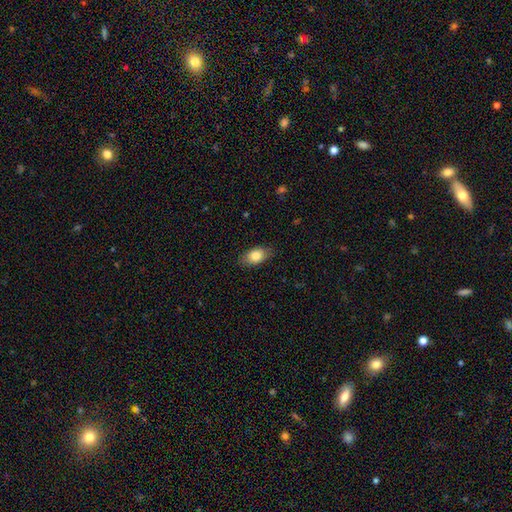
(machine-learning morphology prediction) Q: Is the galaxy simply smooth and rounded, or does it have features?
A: smooth — 82%.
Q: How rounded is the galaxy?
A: in between — 88%.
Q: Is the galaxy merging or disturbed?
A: none — 84%.